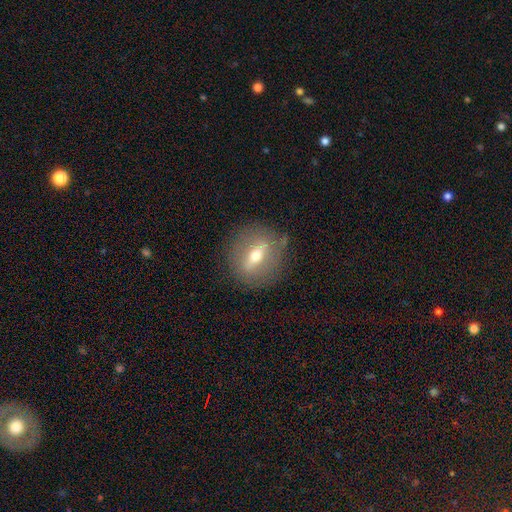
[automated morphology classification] A featured or disk galaxy (64%) viewed edge-on (54%).

Vote fractions:
- Smooth or featured? featured or disk: 64% / smooth: 27% / star or artifact: 9%
- Edge-on disk? yes: 54% / no: 46%
- Merging? none: 84% / minor disturbance: 10% / major disturbance: 4% / merger: 1%